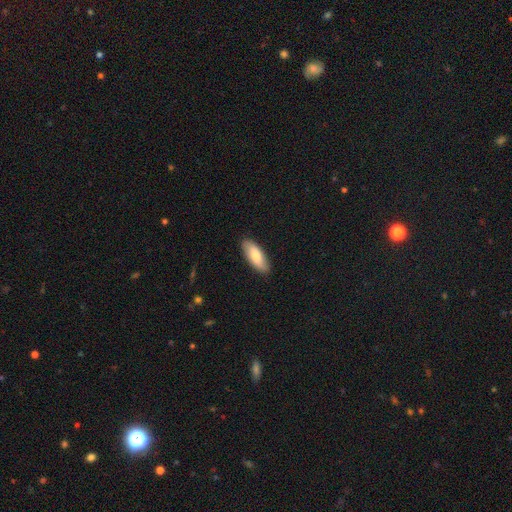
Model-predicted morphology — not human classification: Smooth or featured: smooth — 75% (featured or disk — 20%)
How rounded: in between — 75% (cigar-shaped — 23%)
Merging: none — 88% (minor disturbance — 9%)